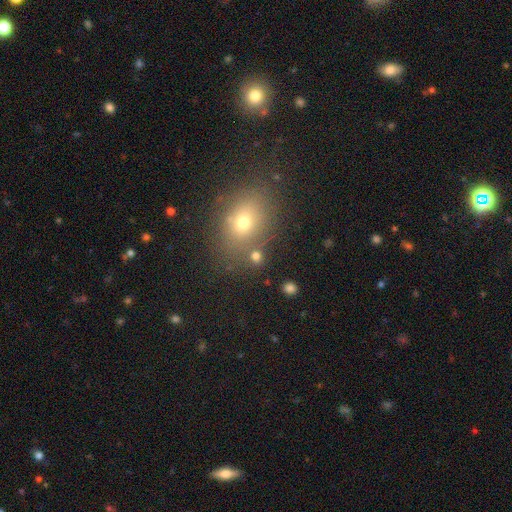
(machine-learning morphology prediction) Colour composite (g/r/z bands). It shows a smooth galaxy with no disk features (71%) that is round (61%). Merging: none (71%).